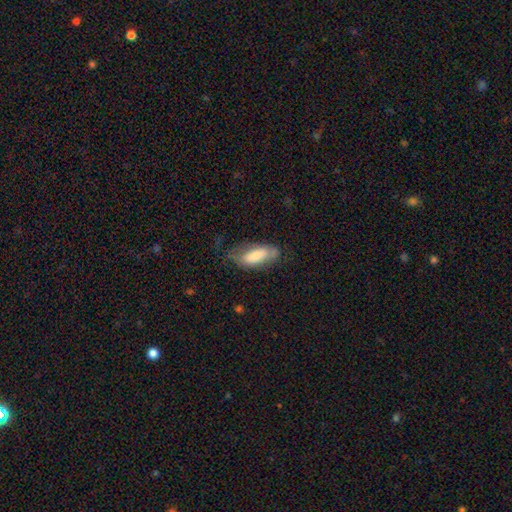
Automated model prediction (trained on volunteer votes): Smooth or featured? Predicted: smooth (p=0.64). How rounded? Predicted: in between (p=0.79). Merging? Predicted: none (p=0.52).